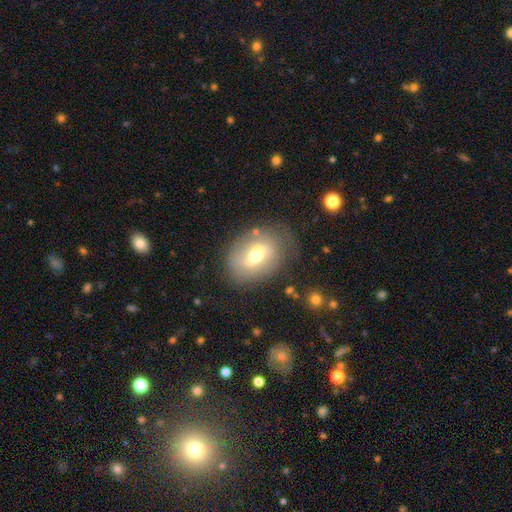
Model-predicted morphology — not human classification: A smooth galaxy with no disk features (47%). Merging: none (70%).